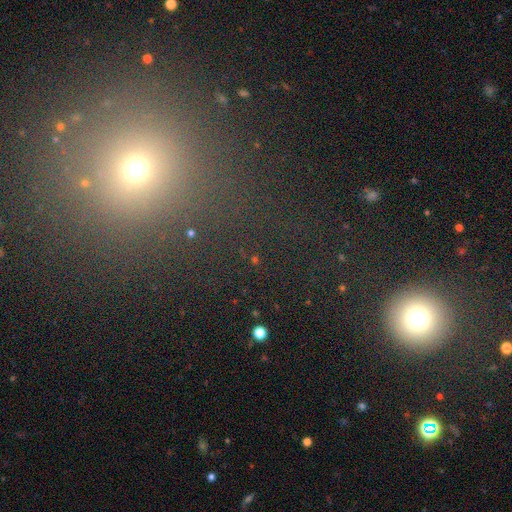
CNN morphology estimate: smooth-or-featured: star or artifact: 48% | smooth: 44% | featured or disk: 8%